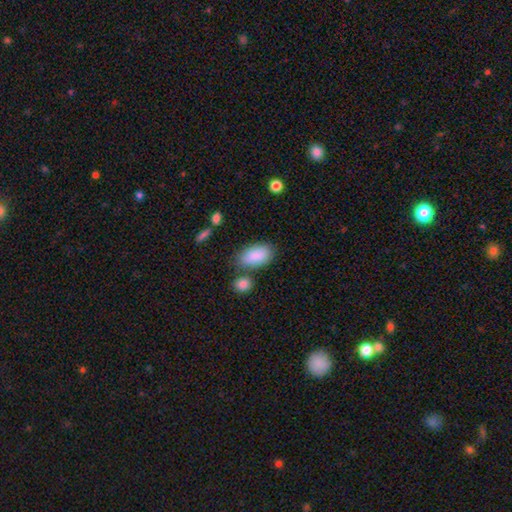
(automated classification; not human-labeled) A smooth galaxy with no disk features (88%) that is in between round and cigar-shaped (93%). Merging: none (69%).